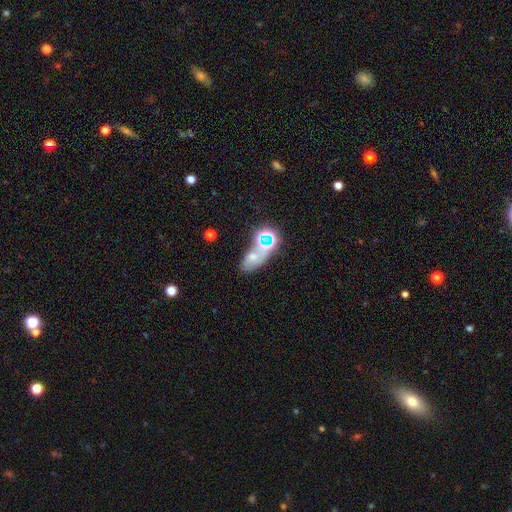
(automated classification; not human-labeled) smooth_or_featured: smooth (p=0.40) [alt: star or artifact p=0.34]
merging: none (p=0.45) [alt: merger p=0.29]